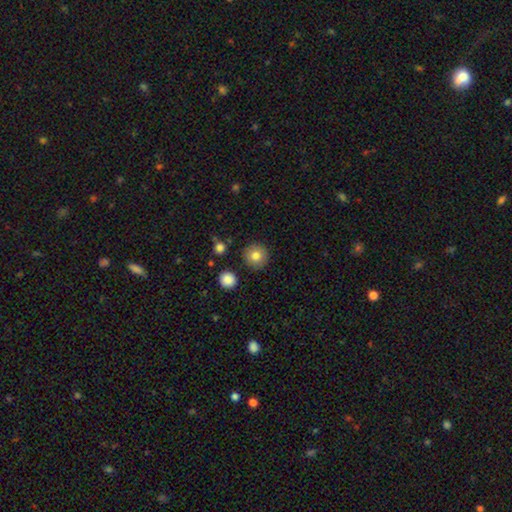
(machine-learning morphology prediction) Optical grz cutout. It shows a smooth galaxy with no disk features (81%) that is round (94%). Merging: none (89%).